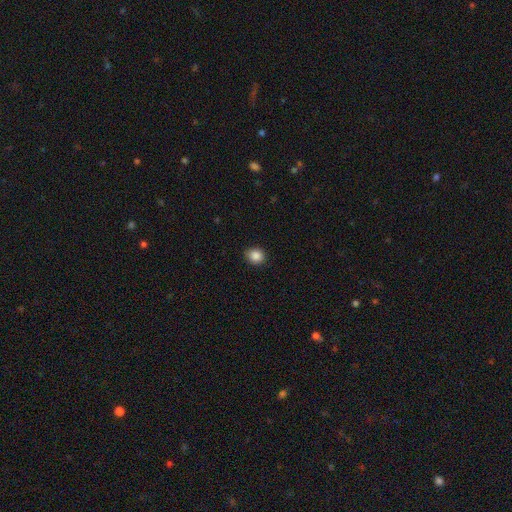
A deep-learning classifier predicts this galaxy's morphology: Overall: smooth (87%). How rounded: round (69%; in between 30%). Merging: none (87%).